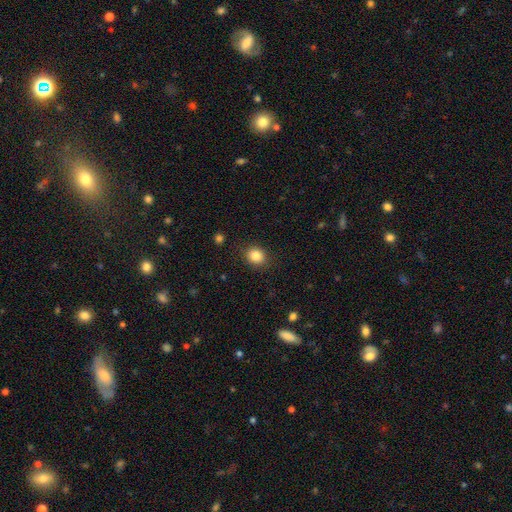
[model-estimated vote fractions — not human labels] This appears to be a smooth galaxy with no disk features (84%) that is round (70%). Merging: none (88%).